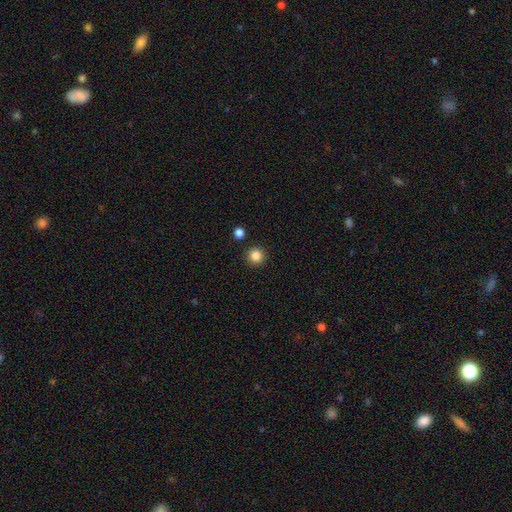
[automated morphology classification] A smooth galaxy with no disk features (85%) that is round (95%).

Vote fractions:
- Smooth or featured? smooth: 85% / star or artifact: 11% / featured or disk: 4%
- How rounded? round: 95% / in between: 4% / cigar-shaped: 1%
- Merging? none: 90% / minor disturbance: 5% / merger: 3% / major disturbance: 2%